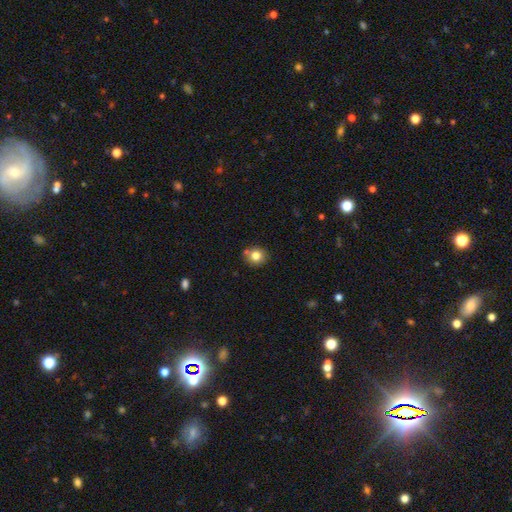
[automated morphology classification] A smooth galaxy with no disk features (81%) that is round (84%). Merging: none (76%).